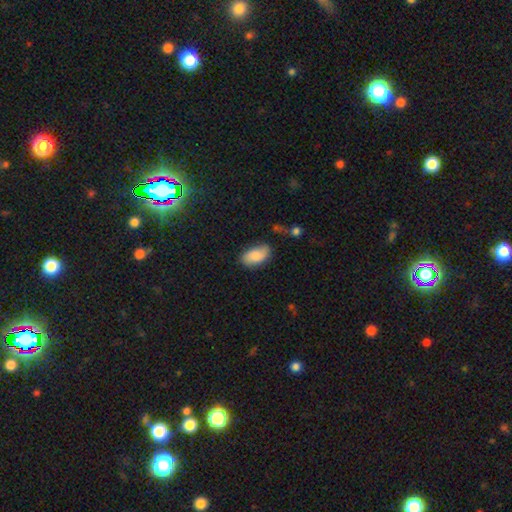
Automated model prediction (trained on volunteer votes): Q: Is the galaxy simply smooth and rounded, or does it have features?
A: smooth — 79%.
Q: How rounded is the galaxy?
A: in between — 94%.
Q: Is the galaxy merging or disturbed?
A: none — 73%.